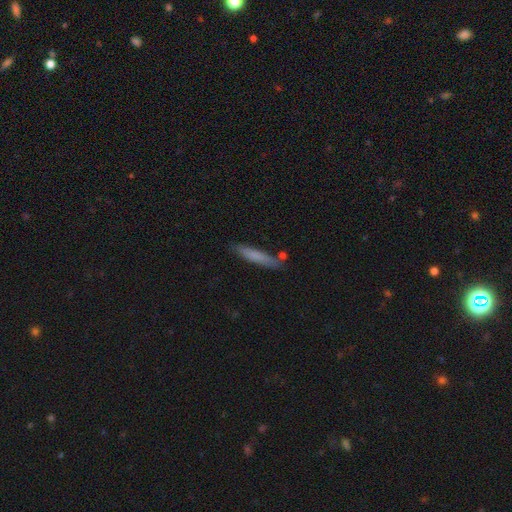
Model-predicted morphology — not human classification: smooth 75%, featured or disk 19%, star or artifact 7%. Down the decision tree: how rounded — cigar-shaped (91%); merging — none (80%).